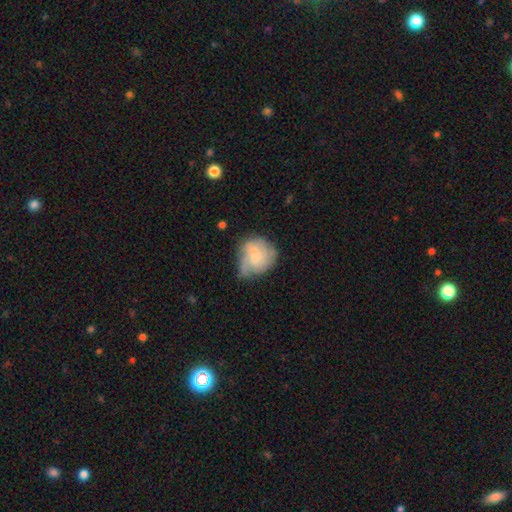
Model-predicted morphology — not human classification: Smooth or featured? Predicted: featured or disk (p=0.49). Merging? Predicted: none (p=0.41).